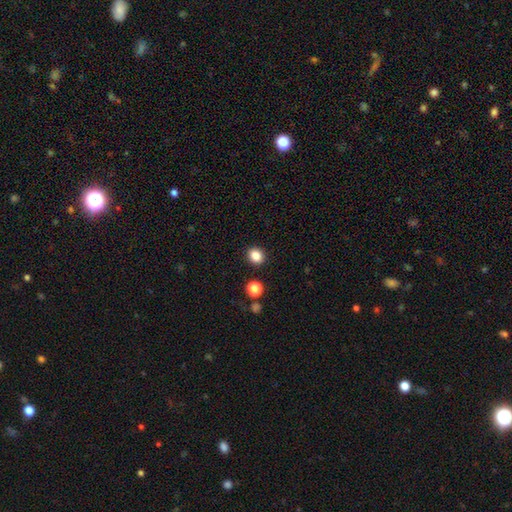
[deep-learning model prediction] A smooth galaxy with no disk features (85%) that is round (66%). Merging: none (90%).